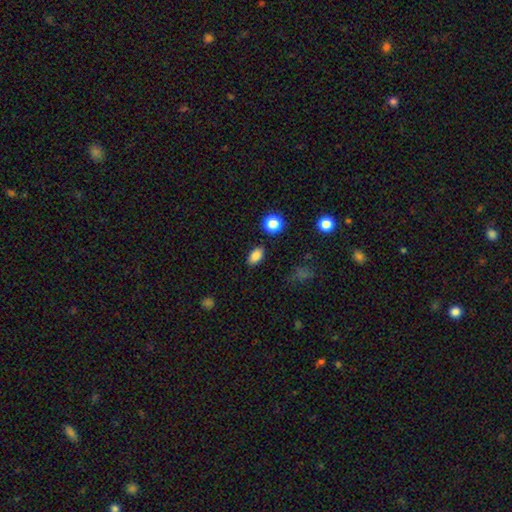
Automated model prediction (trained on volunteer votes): Smooth or featured: smooth — 84% (star or artifact — 10%)
How rounded: in between — 87% (round — 10%)
Merging: none — 87% (minor disturbance — 9%)